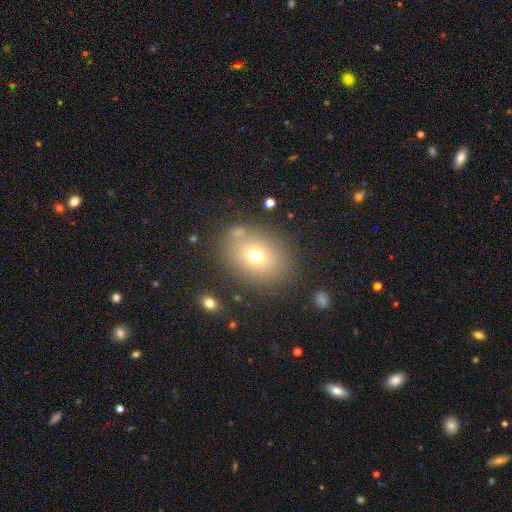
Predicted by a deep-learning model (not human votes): A smooth galaxy with no disk features (69%) that is in between round and cigar-shaped (62%).

Vote fractions:
- Smooth or featured? smooth: 69% / featured or disk: 16% / star or artifact: 14%
- How rounded? in between: 62% / round: 37% / cigar-shaped: 1%
- Merging? none: 78% / minor disturbance: 12% / merger: 5% / major disturbance: 5%